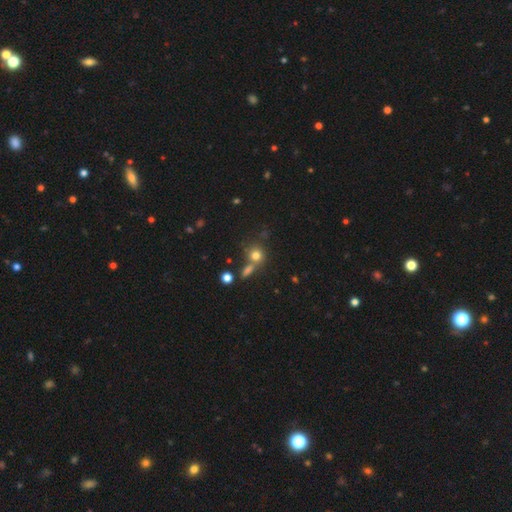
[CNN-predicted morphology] smooth 76%, star or artifact 15%, featured or disk 9%. Down the decision tree: how rounded — round (82%); merging — none (59%).